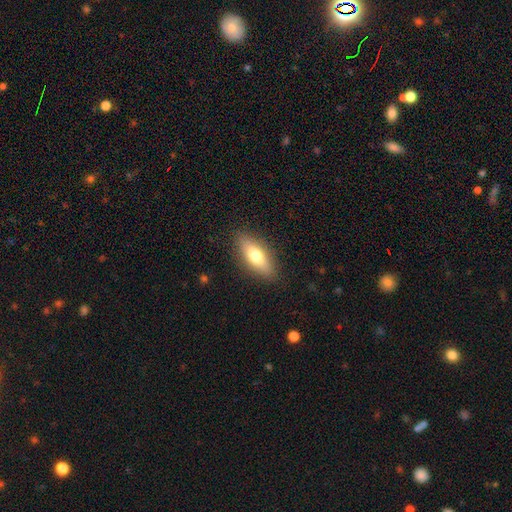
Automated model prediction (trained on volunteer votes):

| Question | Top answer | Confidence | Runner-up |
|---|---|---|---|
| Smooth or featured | smooth | 71% | featured or disk (23%) |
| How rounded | in between | 69% | cigar-shaped (28%) |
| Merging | none | 87% | minor disturbance (9%) |